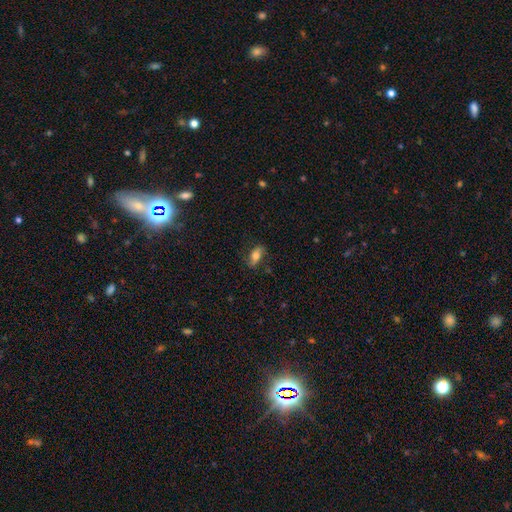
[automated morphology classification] Smooth or featured? smooth (59%)
How rounded? in between (82%)
Merging? none (75%)